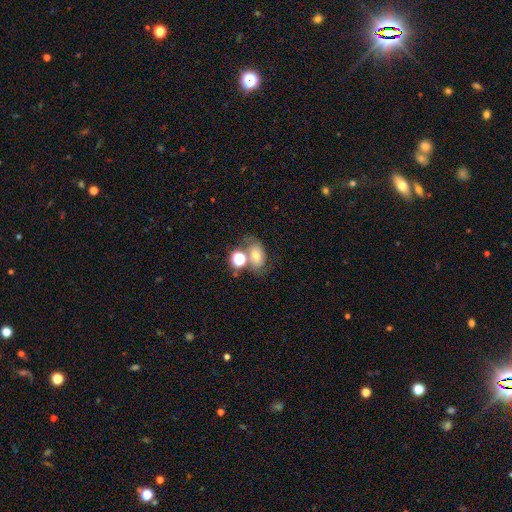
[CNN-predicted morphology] Q: Smooth or featured?
A: smooth (55%); runner-up: featured or disk (29%)
Q: How rounded?
A: in between (71%); runner-up: round (27%)
Q: Merging?
A: none (44%); runner-up: merger (31%)